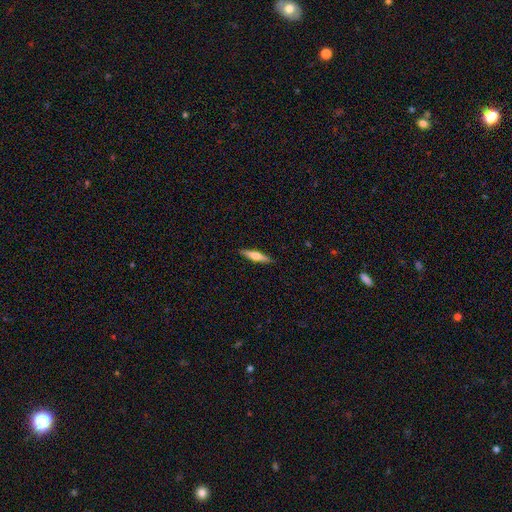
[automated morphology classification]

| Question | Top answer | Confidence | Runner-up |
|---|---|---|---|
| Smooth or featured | featured or disk | 50% | smooth (44%) |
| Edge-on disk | yes | 96% | no (4%) |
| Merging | none | 90% | minor disturbance (7%) |